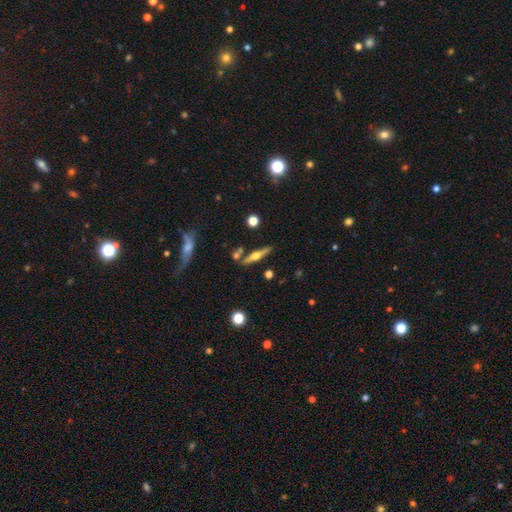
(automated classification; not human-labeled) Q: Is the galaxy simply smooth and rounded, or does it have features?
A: featured or disk — 69%.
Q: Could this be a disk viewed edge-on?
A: yes — 96%.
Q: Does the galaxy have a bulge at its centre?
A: rounded — 94%.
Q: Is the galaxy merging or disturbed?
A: none — 78%.